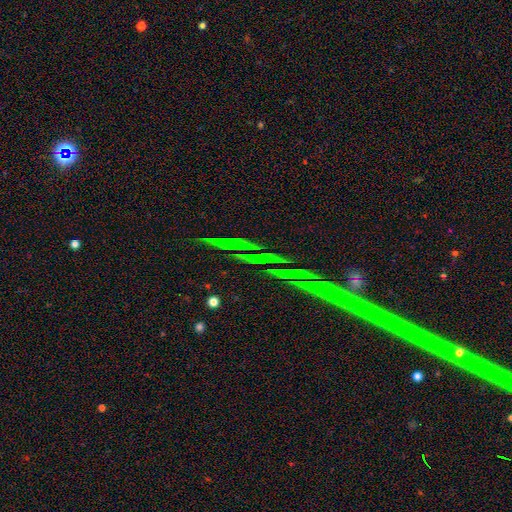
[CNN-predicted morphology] type=star or artifact (83%).